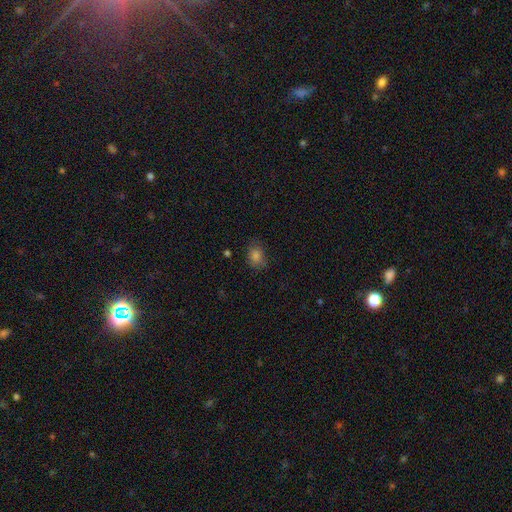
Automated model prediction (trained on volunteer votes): The model was most divided on "how rounded": in between: 53%, round: 46%, cigar-shaped: 1%. More confident: smooth or featured — smooth (79%); merging — none (77%).